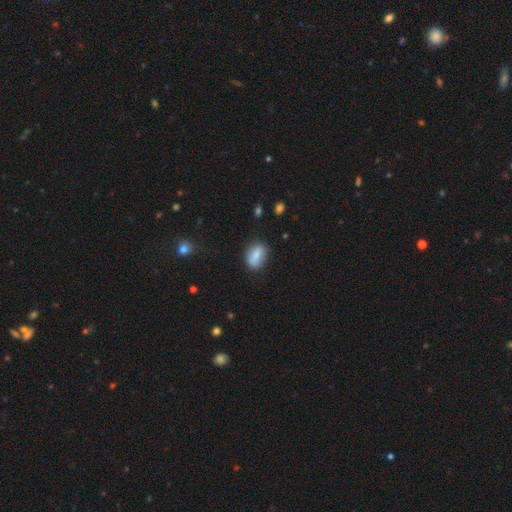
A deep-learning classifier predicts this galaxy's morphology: Smooth or featured?
  - smooth: 77% *
  - featured or disk: 15%
  - star or artifact: 8%
How rounded?
  - in between: 80% *
  - round: 16%
  - cigar-shaped: 4%
Merging?
  - none: 79% *
  - minor disturbance: 15%
  - major disturbance: 4%
  - merger: 2%